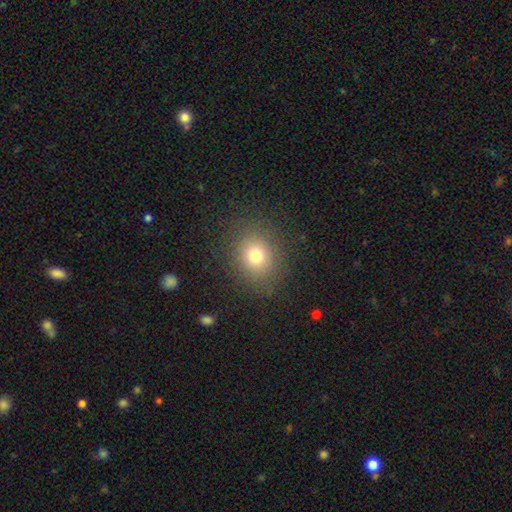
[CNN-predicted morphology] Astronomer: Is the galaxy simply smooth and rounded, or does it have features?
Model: smooth — 75%.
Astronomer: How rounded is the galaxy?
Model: round — 73%.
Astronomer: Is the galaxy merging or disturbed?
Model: none — 86%.